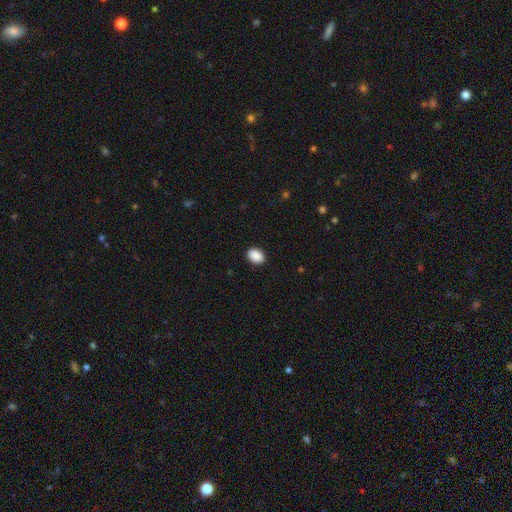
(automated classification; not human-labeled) Smooth or featured?
  - smooth: 90% *
  - star or artifact: 8%
  - featured or disk: 2%
How rounded?
  - in between: 80% *
  - round: 19%
  - cigar-shaped: 1%
Merging?
  - none: 90% *
  - minor disturbance: 7%
  - major disturbance: 2%
  - merger: 1%